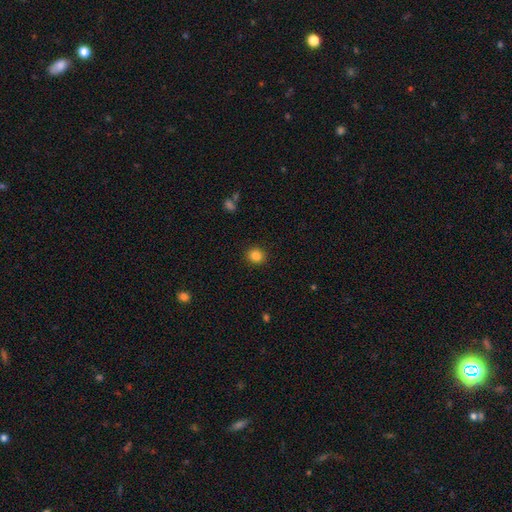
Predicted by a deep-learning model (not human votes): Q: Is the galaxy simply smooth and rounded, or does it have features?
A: smooth — 85%.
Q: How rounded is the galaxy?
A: round — 83%.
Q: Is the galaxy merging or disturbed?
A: none — 91%.